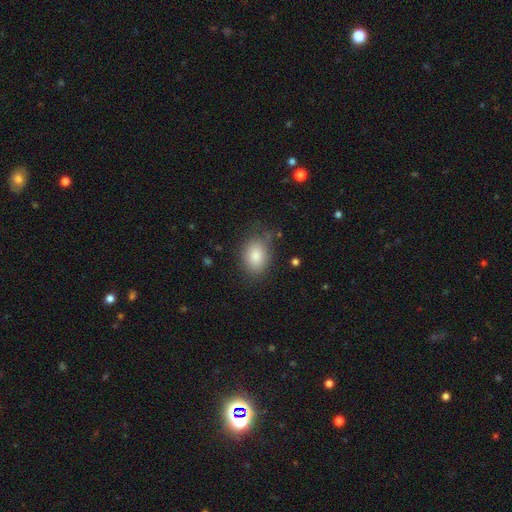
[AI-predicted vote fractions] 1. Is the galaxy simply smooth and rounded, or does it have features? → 84% smooth, 8% featured or disk, 8% star or artifact.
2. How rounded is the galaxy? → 74% in between, 25% round, 1% cigar-shaped.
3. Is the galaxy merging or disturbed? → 70% none, 21% minor disturbance, 7% major disturbance, 2% merger.